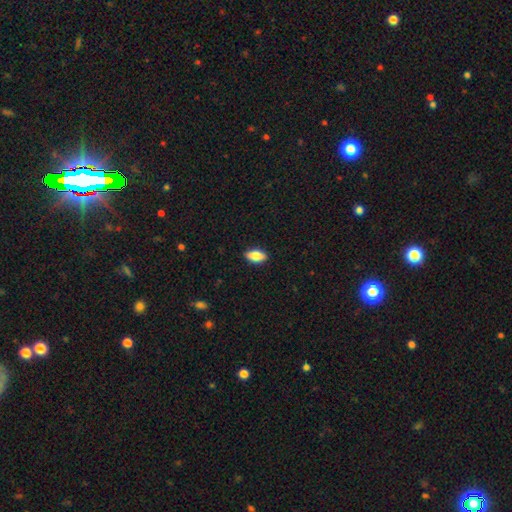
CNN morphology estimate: smooth-or-featured: smooth: 78% | featured or disk: 15% | star or artifact: 7%
  how-rounded: in between: 86% | cigar-shaped: 10% | round: 4%
  merging: none: 88% | minor disturbance: 9% | major disturbance: 2% | merger: 1%